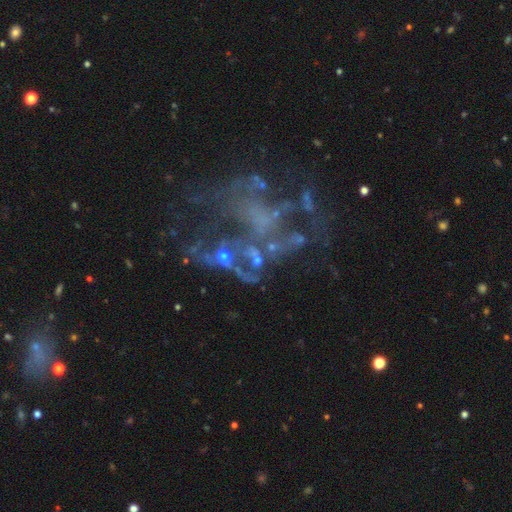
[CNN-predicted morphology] This appears to be a featured or disk galaxy (65%) with no bar (84%), no spiral arms (78%) and no central bulge (69%). Merging: major disturbance (39%).